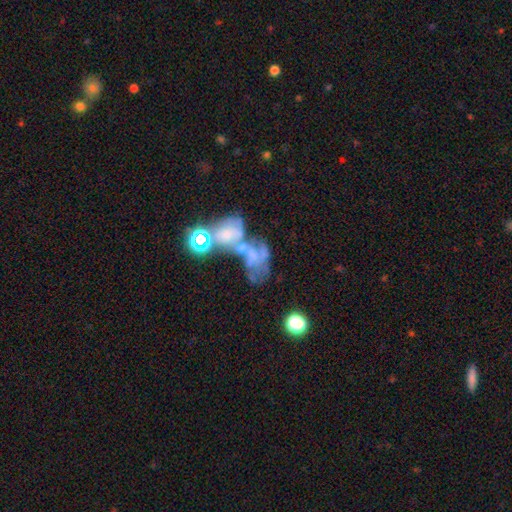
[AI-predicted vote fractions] Smooth or featured? featured or disk (47%)
Merging? merger (64%)